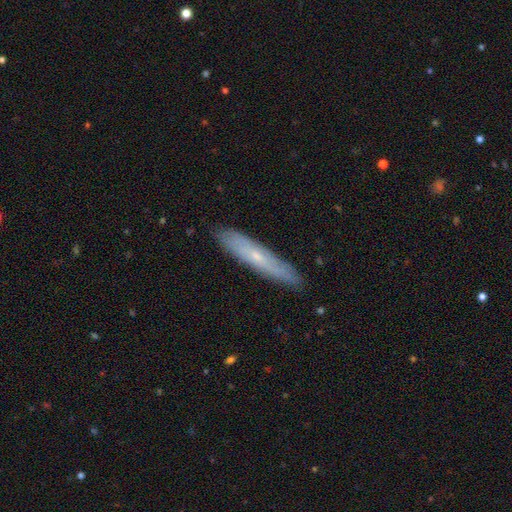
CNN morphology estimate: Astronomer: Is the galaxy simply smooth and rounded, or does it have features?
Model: featured or disk — 50% (runner-up: smooth, 43%).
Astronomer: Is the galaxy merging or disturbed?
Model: none — 86%.